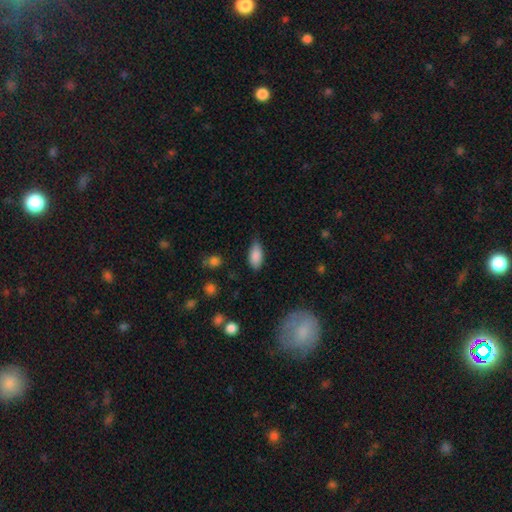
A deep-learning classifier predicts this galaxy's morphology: Smooth or featured? Predicted: smooth (p=0.87). How rounded? Predicted: in between (p=0.91). Merging? Predicted: none (p=0.74).